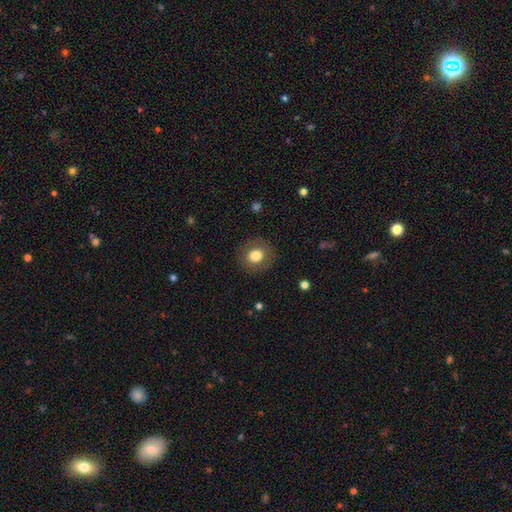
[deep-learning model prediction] Smooth or featured? smooth (77%)
How rounded? round (85%)
Merging? none (87%)